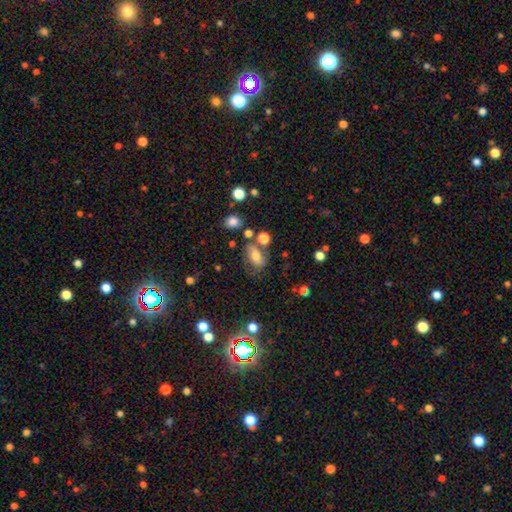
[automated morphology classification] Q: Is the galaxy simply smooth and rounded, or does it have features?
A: smooth — 60%.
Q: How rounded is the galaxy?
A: in between — 79%.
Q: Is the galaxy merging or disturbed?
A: none — 52%.